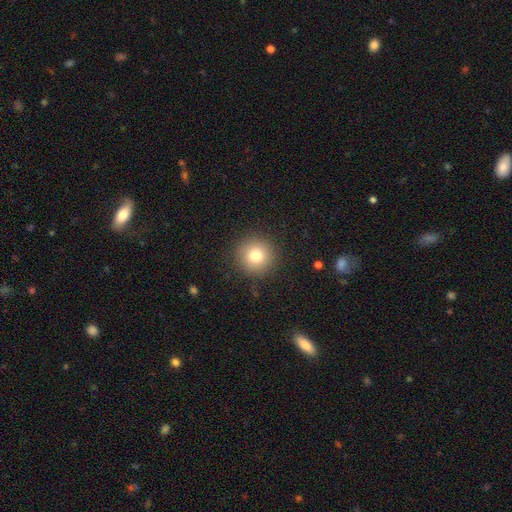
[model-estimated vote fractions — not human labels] smooth_or_featured: smooth (p=0.78) [alt: star or artifact p=0.12]
how_rounded: round (p=0.95) [alt: in between p=0.04]
merging: none (p=0.91) [alt: minor disturbance p=0.06]